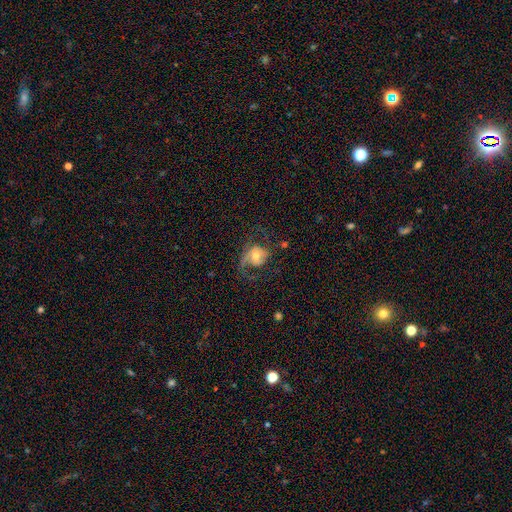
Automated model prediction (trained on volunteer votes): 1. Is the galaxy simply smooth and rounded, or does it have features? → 68% featured or disk, 25% smooth, 8% star or artifact.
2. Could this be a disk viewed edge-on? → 97% no, 3% yes.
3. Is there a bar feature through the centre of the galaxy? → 67% no, 26% weak, 7% strong.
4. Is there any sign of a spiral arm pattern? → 86% yes, 14% no.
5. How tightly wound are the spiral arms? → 48% loose, 39% medium, 13% tight.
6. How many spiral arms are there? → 51% 2, 37% 1, 7% can't tell, 2% 3, 1% 4, 1% more than 4.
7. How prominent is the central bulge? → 60% moderate, 27% small, 10% large, 2% none, 2% dominant.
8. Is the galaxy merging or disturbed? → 45% none, 34% major disturbance, 19% minor disturbance, 3% merger.